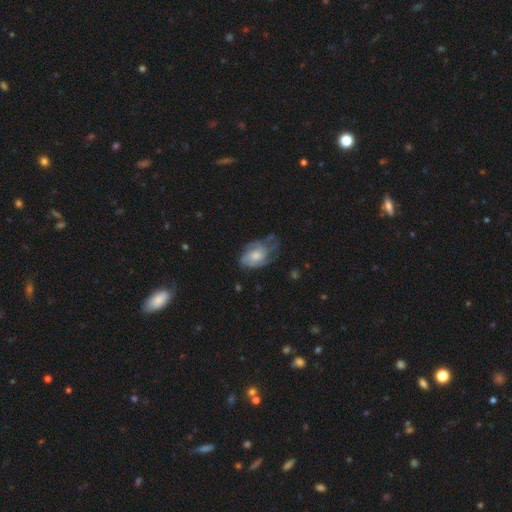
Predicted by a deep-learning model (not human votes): The model was most divided on "spiral winding": tight: 45%, medium: 40%, loose: 16%. Remaining: edge-on disk — no (96%); spiral arms — yes (85%); bar — no (76%); smooth or featured — featured or disk (66%); bulge size — moderate (54%); merging — none (49%); spiral arm count — can't tell (37%).